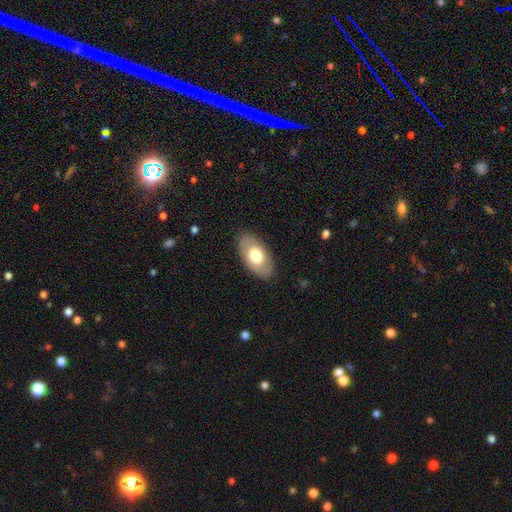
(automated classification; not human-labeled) Overall: smooth (62%; featured or disk 33%). How rounded: in between (93%). Merging: none (85%).